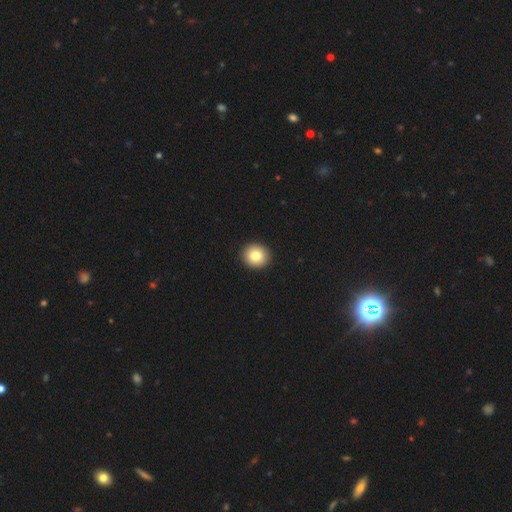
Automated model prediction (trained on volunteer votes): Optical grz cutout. It shows a smooth galaxy with no disk features (83%) that is round (89%). Merging: none (94%).